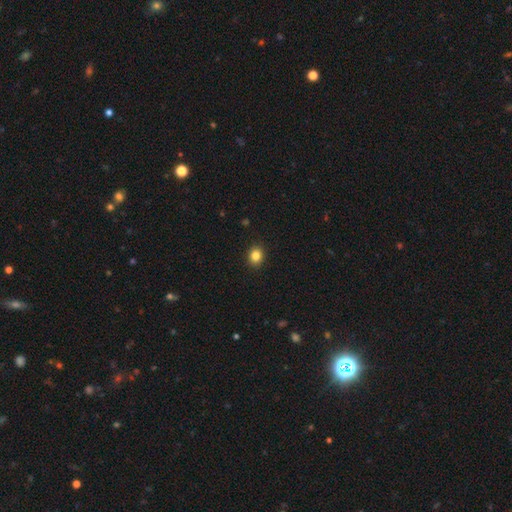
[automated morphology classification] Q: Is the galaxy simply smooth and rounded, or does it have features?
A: smooth — 84%.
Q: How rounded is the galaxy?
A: round — 66%.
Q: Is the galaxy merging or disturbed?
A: none — 91%.